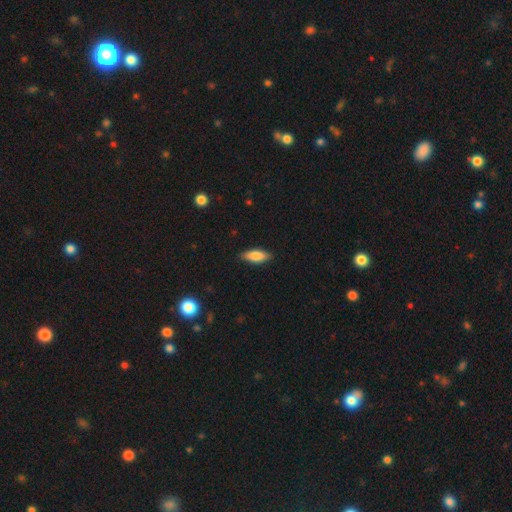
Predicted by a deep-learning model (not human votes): This appears to be a smooth galaxy with no disk features (77%) that is in between round and cigar-shaped (68%). Merging: none (87%).